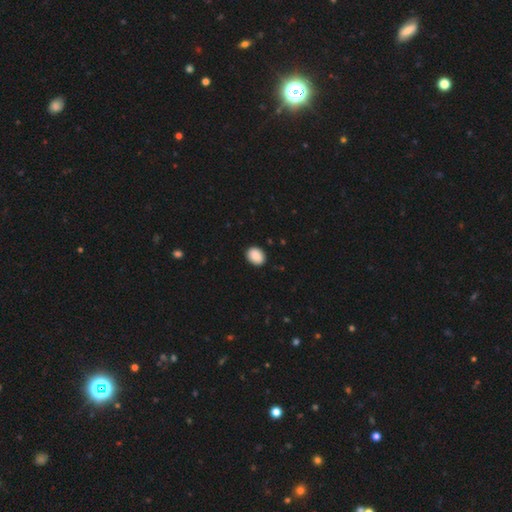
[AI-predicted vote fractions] A smooth galaxy with no disk features (90%) that is in between round and cigar-shaped (62%).

Vote fractions:
- Smooth or featured? smooth: 90% / star or artifact: 7% / featured or disk: 3%
- How rounded? in between: 62% / round: 37% / cigar-shaped: 1%
- Merging? none: 89% / minor disturbance: 8% / major disturbance: 2% / merger: 1%